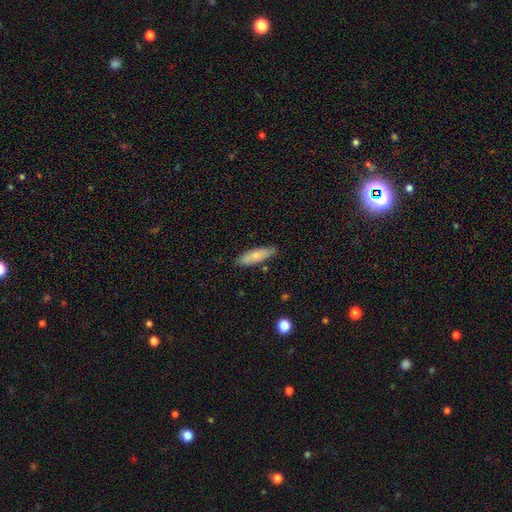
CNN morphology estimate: Overall: smooth (75%). How rounded: cigar-shaped (55%; in between 43%). Merging: none (82%).